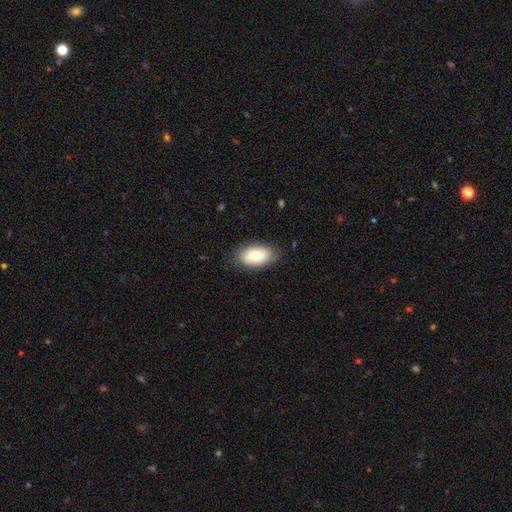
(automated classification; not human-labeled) smooth_or_featured: smooth (p=0.74) [alt: featured or disk p=0.19]
how_rounded: in between (p=0.92) [alt: round p=0.06]
merging: none (p=0.81) [alt: minor disturbance p=0.15]